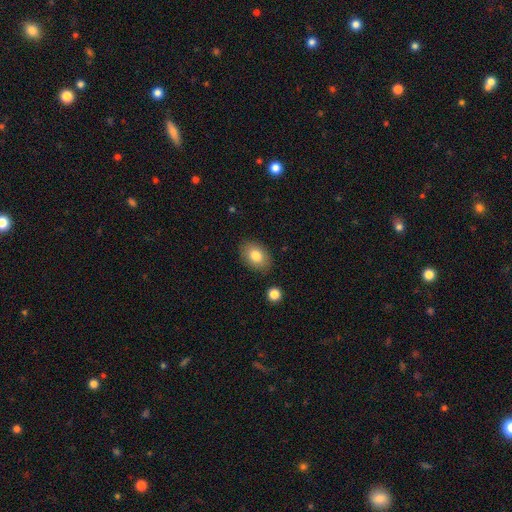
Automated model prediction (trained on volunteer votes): smooth 81%, featured or disk 11%, star or artifact 8%. Down the decision tree: how rounded — in between (81%); merging — none (86%).